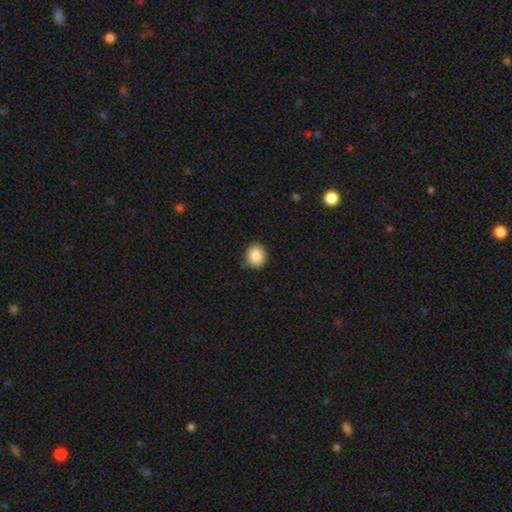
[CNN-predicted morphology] This appears to be a smooth galaxy with no disk features (86%) that is round (72%). Merging: none (77%).